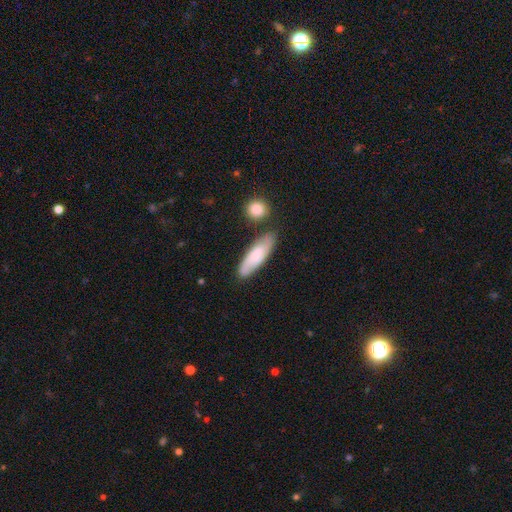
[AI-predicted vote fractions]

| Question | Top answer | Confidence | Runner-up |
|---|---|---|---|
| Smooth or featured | smooth | 65% | featured or disk (29%) |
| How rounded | cigar-shaped | 52% | in between (46%) |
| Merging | none | 71% | minor disturbance (16%) |